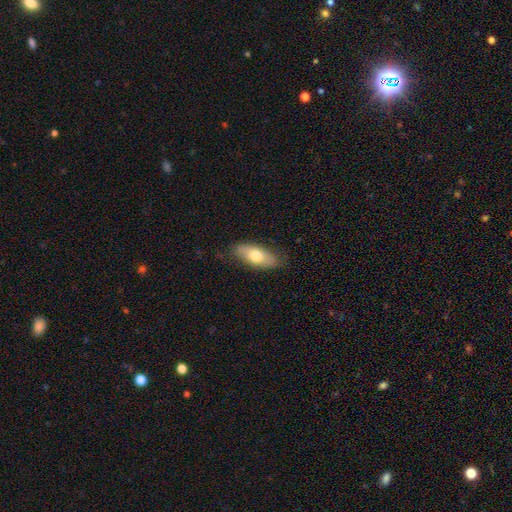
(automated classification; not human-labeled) This appears to be a smooth galaxy with no disk features (70%) that is in between round and cigar-shaped (83%). Merging: none (80%).